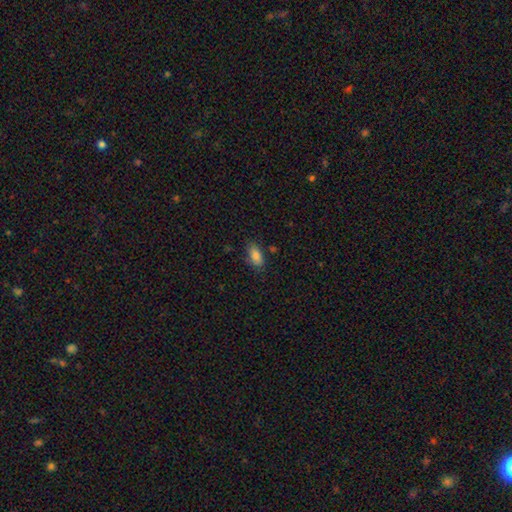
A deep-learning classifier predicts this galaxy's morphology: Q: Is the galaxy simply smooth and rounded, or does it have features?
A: smooth — 86%.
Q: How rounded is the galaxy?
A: in between — 91%.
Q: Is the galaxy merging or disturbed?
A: none — 78%.